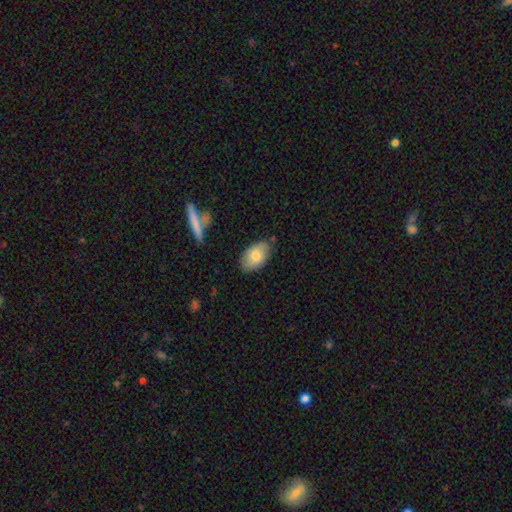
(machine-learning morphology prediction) Q: Smooth or featured?
A: smooth (75%); runner-up: featured or disk (18%)
Q: How rounded?
A: in between (92%); runner-up: round (6%)
Q: Merging?
A: none (78%); runner-up: minor disturbance (17%)